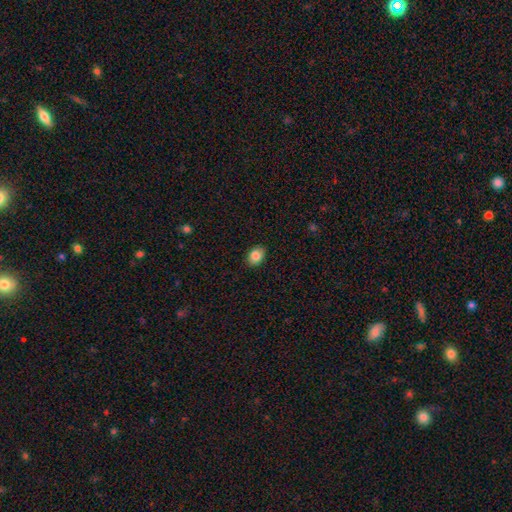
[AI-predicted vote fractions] Smooth or featured: smooth — 85% (star or artifact — 8%)
How rounded: in between — 70% (round — 29%)
Merging: none — 89% (minor disturbance — 8%)